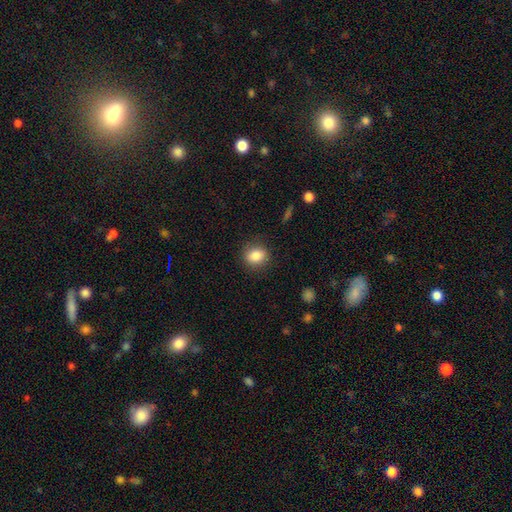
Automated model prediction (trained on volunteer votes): Smooth or featured?
  - smooth: 85% *
  - star or artifact: 9%
  - featured or disk: 6%
How rounded?
  - round: 64% *
  - in between: 35%
  - cigar-shaped: 1%
Merging?
  - none: 84% *
  - minor disturbance: 11%
  - major disturbance: 3%
  - merger: 1%